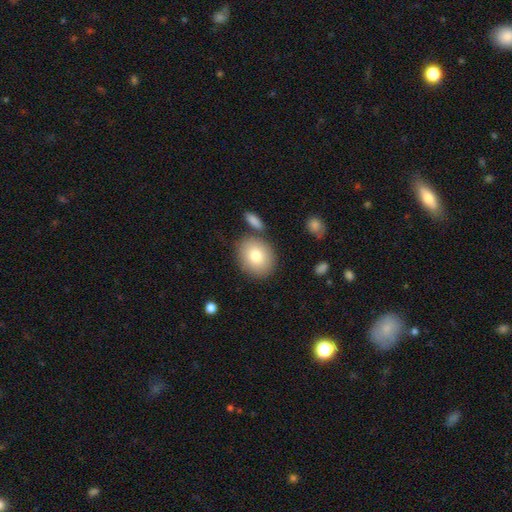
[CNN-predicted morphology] smooth 80%, featured or disk 12%, star or artifact 8%. Down the decision tree: how rounded — round (59%); merging — none (77%).